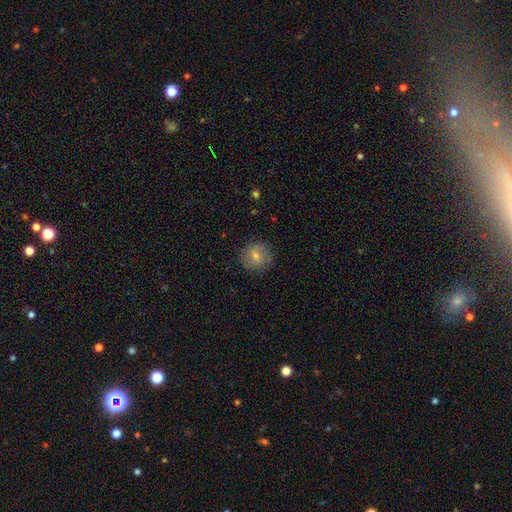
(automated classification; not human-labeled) smooth-or-featured: smooth: 56% | featured or disk: 31% | star or artifact: 13%
  how-rounded: round: 90% | in between: 9% | cigar-shaped: 1%
  merging: none: 85% | minor disturbance: 11% | major disturbance: 3% | merger: 1%